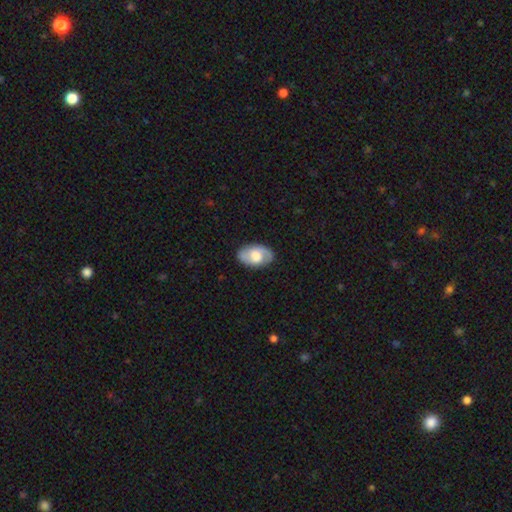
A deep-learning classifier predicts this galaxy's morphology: Smooth or featured: featured or disk — 57% (smooth — 37%)
Edge-on disk: no — 95% (yes — 5%)
Bar: no — 51% (weak — 39%)
Spiral arms: yes — 78% (no — 22%)
Bulge size: moderate — 47% (large — 33%)
Merging: none — 82% (minor disturbance — 13%)